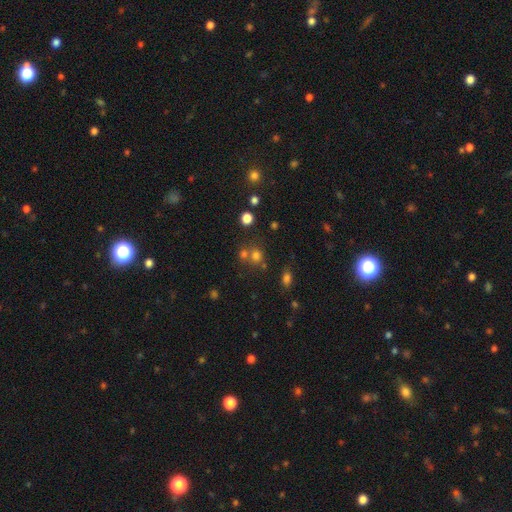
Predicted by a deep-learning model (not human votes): This is likely a smooth galaxy (67%). How rounded: clearly round (83%). Merging: possibly none (55%).